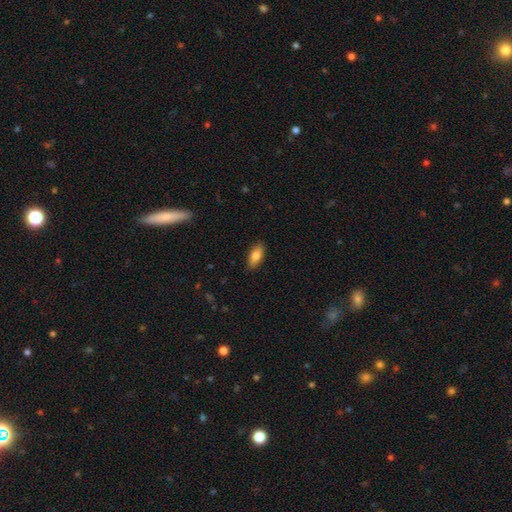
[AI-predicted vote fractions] Smooth or featured? smooth (83%)
How rounded? in between (85%)
Merging? none (88%)